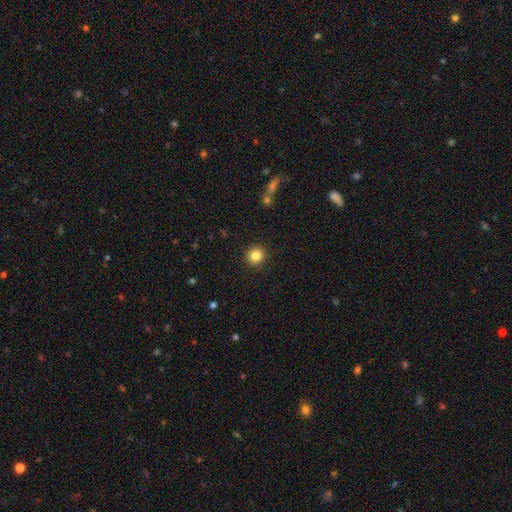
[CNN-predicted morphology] Overall: smooth (84%). How rounded: round (91%). Merging: none (91%).